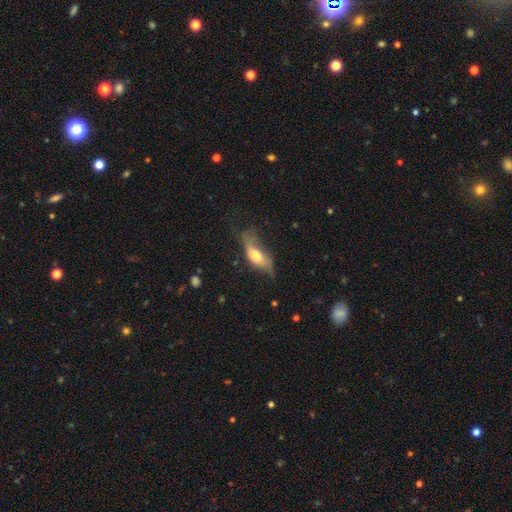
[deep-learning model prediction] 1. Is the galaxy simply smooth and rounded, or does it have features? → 59% smooth, 34% featured or disk, 7% star or artifact.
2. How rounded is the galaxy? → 74% in between, 23% cigar-shaped, 3% round.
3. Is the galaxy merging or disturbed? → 35% minor disturbance, 33% none, 29% major disturbance, 3% merger.